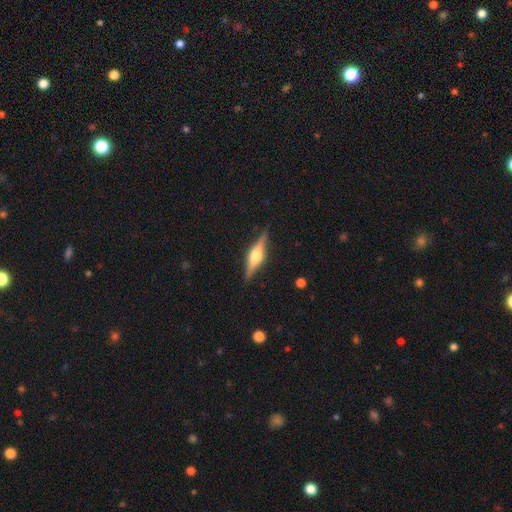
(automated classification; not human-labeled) Overall: featured or disk (73%). Edge-on disk: yes (97%). Edge-on bulge: rounded (91%). Merging: none (88%).